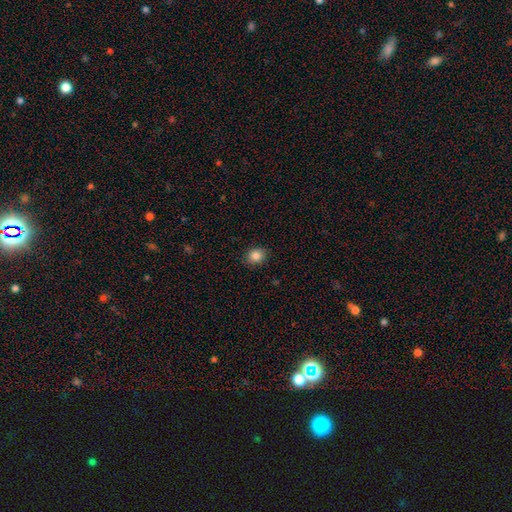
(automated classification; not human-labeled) Overall: smooth (86%). How rounded: round (61%; in between 38%). Merging: none (88%).